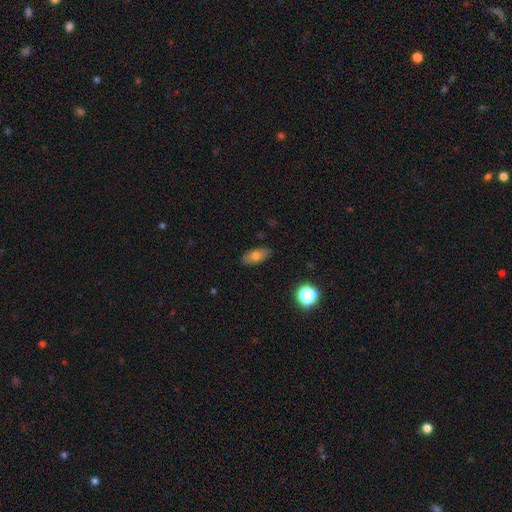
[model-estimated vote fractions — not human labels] Smooth or featured: smooth — 73% (featured or disk — 17%)
How rounded: in between — 86% (cigar-shaped — 9%)
Merging: none — 85% (minor disturbance — 11%)